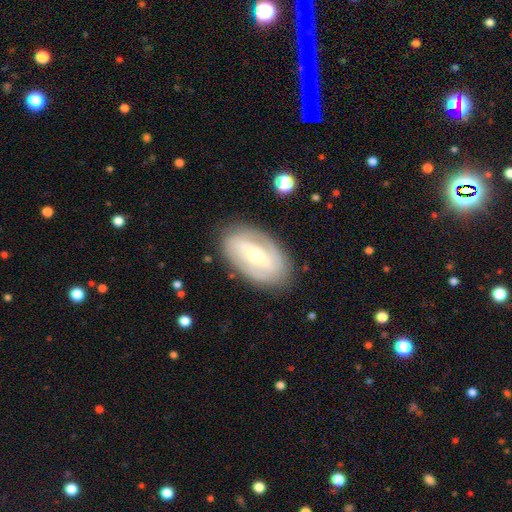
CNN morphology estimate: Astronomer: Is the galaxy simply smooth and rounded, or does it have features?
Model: featured or disk — 70%.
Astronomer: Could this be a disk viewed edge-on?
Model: no — 92%.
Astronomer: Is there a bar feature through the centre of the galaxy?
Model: strong — 39% (runner-up: weak, 35%).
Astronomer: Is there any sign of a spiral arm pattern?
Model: yes — 62% (runner-up: no, 38%).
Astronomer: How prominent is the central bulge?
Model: moderate — 50% (runner-up: small, 46%).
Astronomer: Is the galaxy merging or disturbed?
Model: none — 82%.